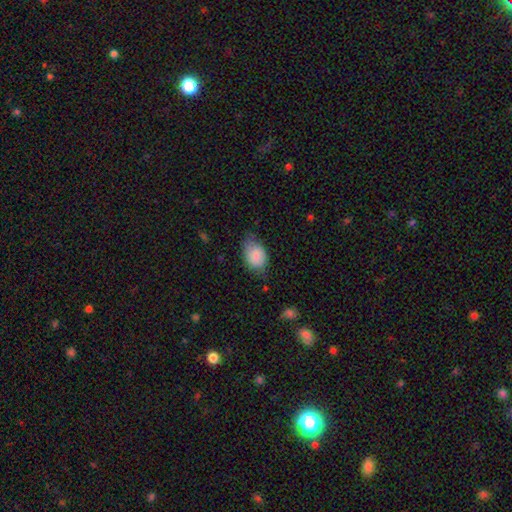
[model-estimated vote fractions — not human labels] A smooth galaxy with no disk features (85%) that is in between round and cigar-shaped (79%). Merging: none (55%).